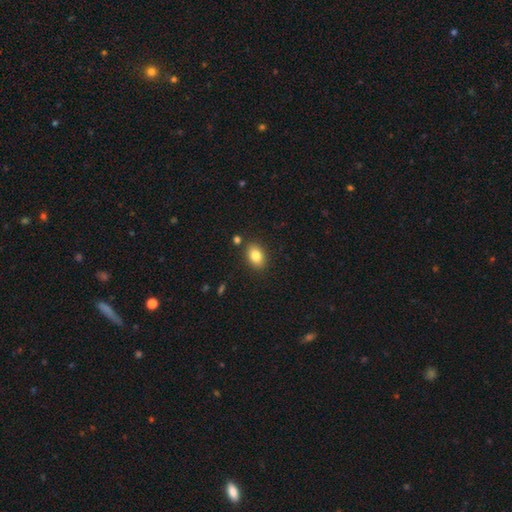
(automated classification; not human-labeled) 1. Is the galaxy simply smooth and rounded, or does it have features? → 82% smooth, 10% featured or disk, 9% star or artifact.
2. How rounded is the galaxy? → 83% in between, 16% round, 2% cigar-shaped.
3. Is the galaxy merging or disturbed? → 85% none, 9% minor disturbance, 4% merger, 2% major disturbance.